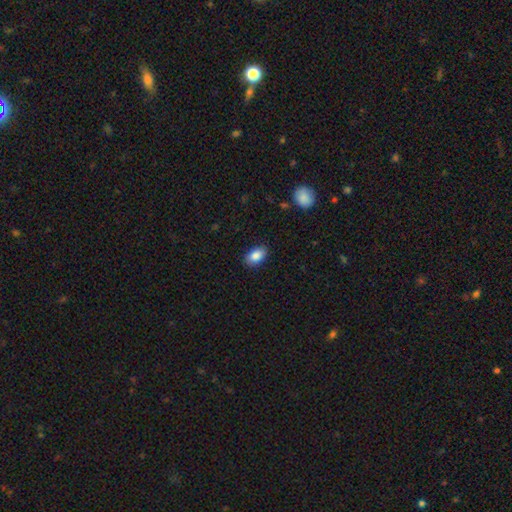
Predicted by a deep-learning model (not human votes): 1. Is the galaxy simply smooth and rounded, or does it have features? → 87% smooth, 7% star or artifact, 6% featured or disk.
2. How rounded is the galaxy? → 91% in between, 7% round, 2% cigar-shaped.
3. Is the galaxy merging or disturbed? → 88% none, 9% minor disturbance, 2% major disturbance, 1% merger.